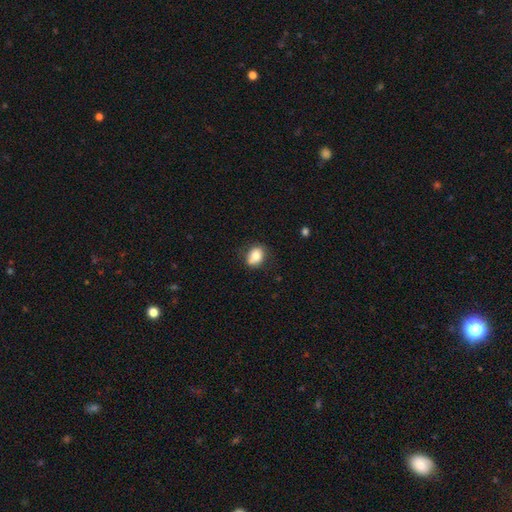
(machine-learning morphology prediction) A smooth galaxy with no disk features (77%) that is in between round and cigar-shaped (54%).

Vote fractions:
- Smooth or featured? smooth: 77% / featured or disk: 13% / star or artifact: 9%
- How rounded? in between: 54% / round: 45% / cigar-shaped: 1%
- Merging? none: 69% / minor disturbance: 20% / merger: 6% / major disturbance: 5%